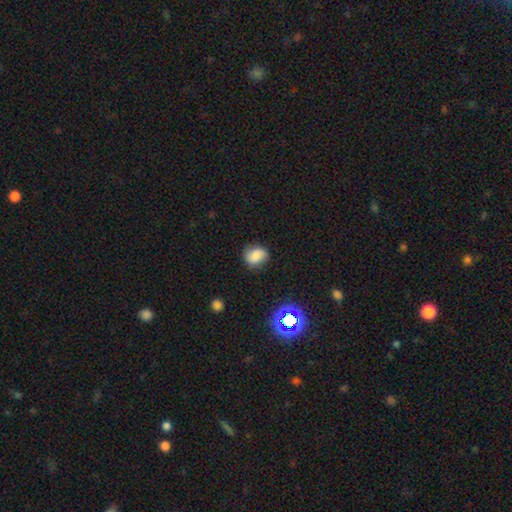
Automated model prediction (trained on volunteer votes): Smooth or featured? Predicted: smooth (p=0.78). How rounded? Predicted: round (p=0.57). Merging? Predicted: none (p=0.76).